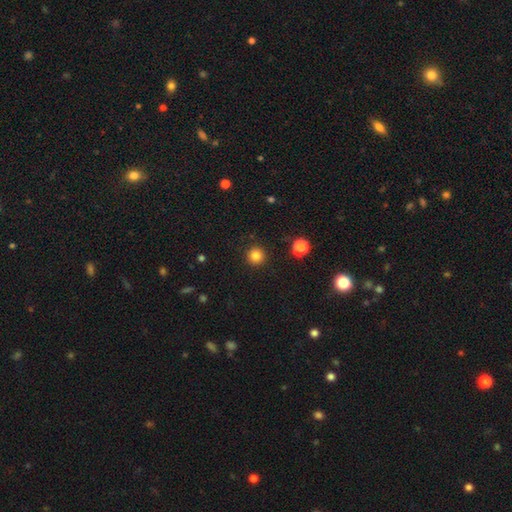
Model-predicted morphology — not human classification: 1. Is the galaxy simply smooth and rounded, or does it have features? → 84% smooth, 12% star or artifact, 4% featured or disk.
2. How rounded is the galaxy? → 95% round, 4% in between, 1% cigar-shaped.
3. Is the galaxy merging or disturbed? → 92% none, 5% minor disturbance, 2% major disturbance, 1% merger.